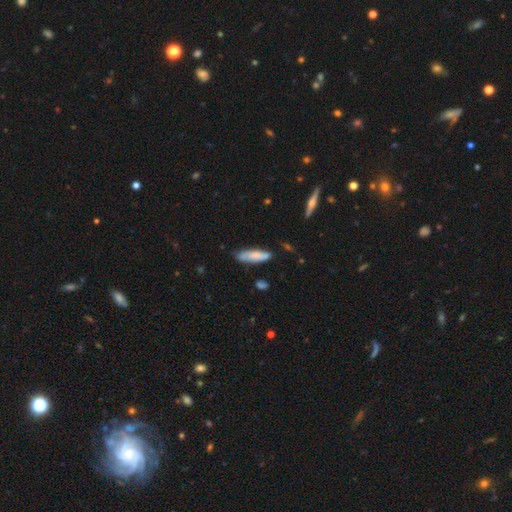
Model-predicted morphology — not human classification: This appears to be a smooth galaxy with no disk features (74%) that is cigar-shaped (62%). Merging: none (74%).